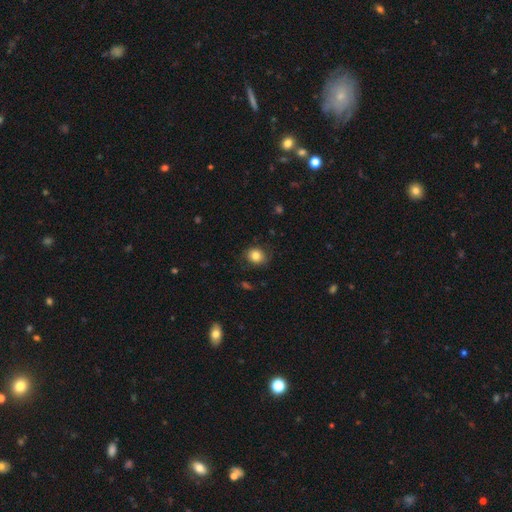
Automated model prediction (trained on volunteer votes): A smooth galaxy with no disk features (83%) that is round (72%). Merging: none (82%).